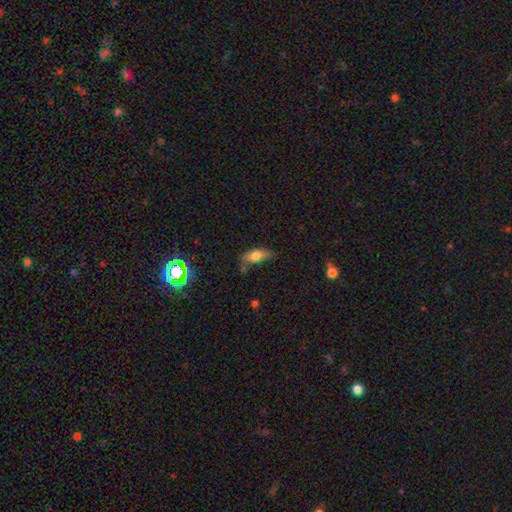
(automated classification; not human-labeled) This is likely a smooth galaxy (74%). How rounded: likely in between (77%). Merging: possibly none (53%).